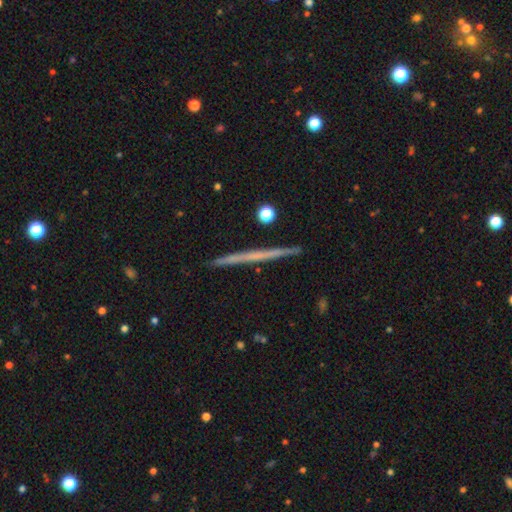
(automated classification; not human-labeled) Smooth or featured?
  - featured or disk: 57% *
  - smooth: 36%
  - star or artifact: 7%
Edge-on disk?
  - yes: 98% *
  - no: 2%
Edge-on bulge?
  - none: 87% *
  - rounded: 10%
  - boxy: 4%
Merging?
  - none: 92% *
  - minor disturbance: 6%
  - merger: 1%
  - major disturbance: 1%